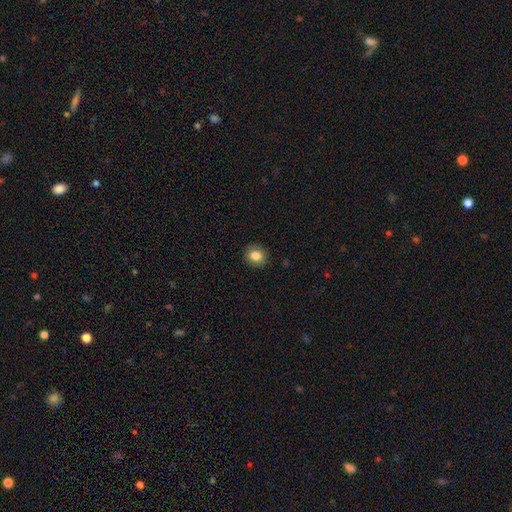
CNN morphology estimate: Smooth or featured: smooth — 82% (star or artifact — 9%)
How rounded: round — 80% (in between — 19%)
Merging: none — 90% (minor disturbance — 7%)